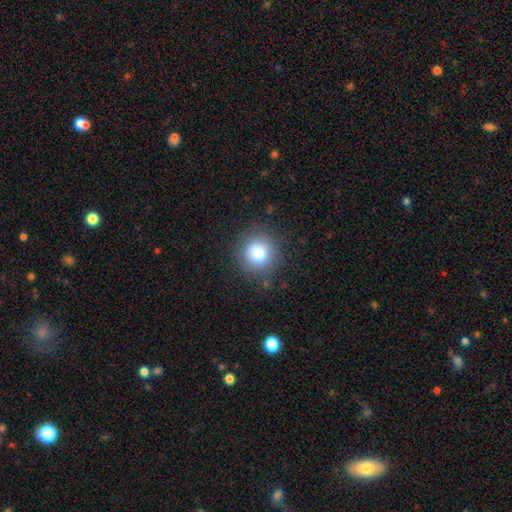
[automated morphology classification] This appears to be a smooth galaxy with no disk features (82%) that is round (93%). Merging: none (87%).